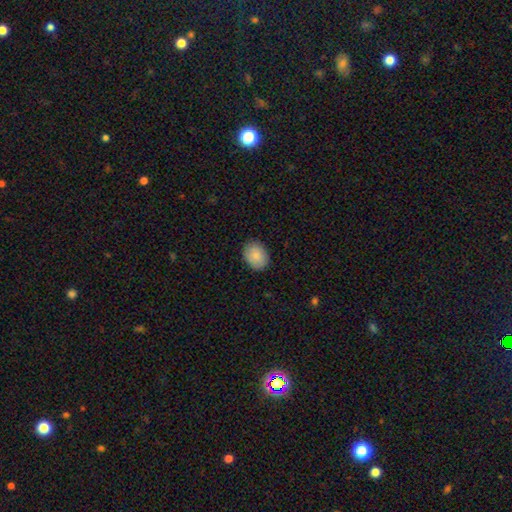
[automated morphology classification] Overall: smooth (85%). How rounded: in between (62%; round 37%). Merging: none (87%).